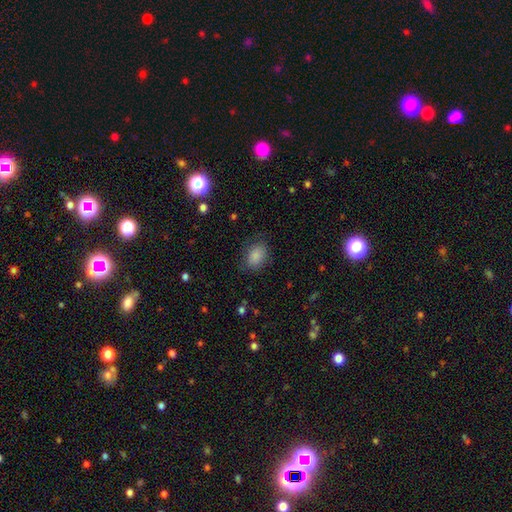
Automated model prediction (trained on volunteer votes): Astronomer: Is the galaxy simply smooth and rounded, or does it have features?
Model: smooth — 86%.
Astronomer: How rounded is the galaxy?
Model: in between — 77%.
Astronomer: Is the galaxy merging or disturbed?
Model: none — 80%.